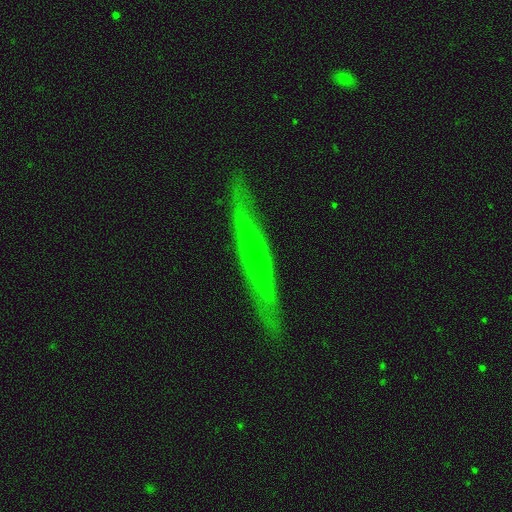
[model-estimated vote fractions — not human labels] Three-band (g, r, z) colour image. It shows a featured or disk galaxy (63%) viewed edge-on (87%) with no central bulge (50%). Merging: none (84%).